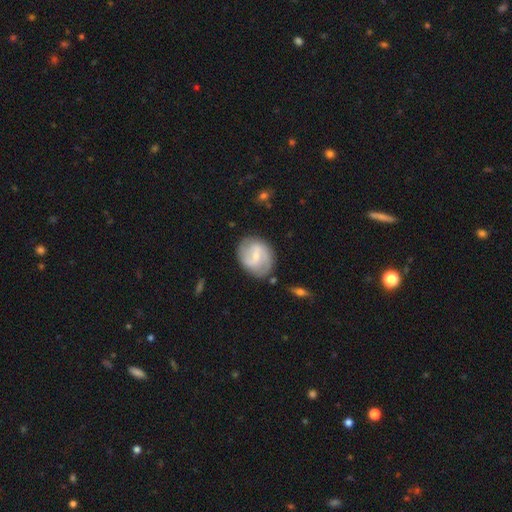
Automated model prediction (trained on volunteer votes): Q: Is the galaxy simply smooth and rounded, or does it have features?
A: featured or disk — 70%.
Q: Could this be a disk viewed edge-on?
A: no — 97%.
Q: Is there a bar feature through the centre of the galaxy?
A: weak — 57%.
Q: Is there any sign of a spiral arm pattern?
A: yes — 87%.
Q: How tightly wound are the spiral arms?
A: medium — 45%.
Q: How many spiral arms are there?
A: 2 — 79%.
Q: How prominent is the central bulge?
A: small — 63%.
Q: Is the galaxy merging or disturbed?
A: none — 77%.